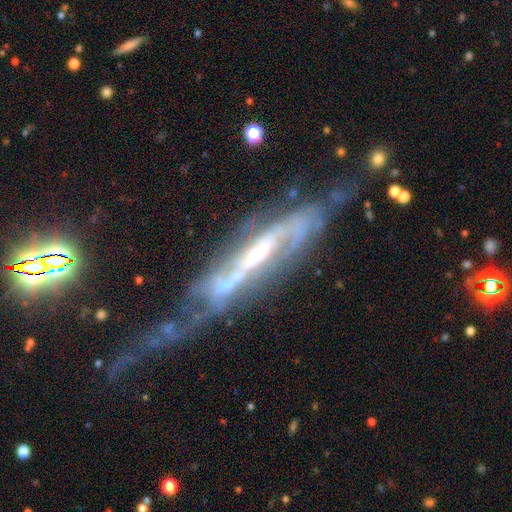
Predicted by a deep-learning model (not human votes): This is clearly a featured or disk galaxy (86%). It is likely not viewed edge-on (70%). Bar: possibly strong (50%). Spiral arm pattern: clearly yes (92%). Spiral arm count: likely 2 (65%). Spiral winding: marginally medium (42%). Central bulge: possibly small (54%). Merging: marginally none (41%).